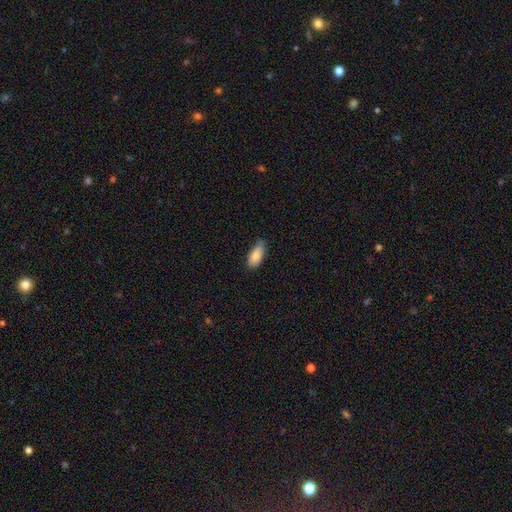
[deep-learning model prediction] This appears to be a smooth galaxy with no disk features (84%) that is in between round and cigar-shaped (86%). Merging: none (65%).